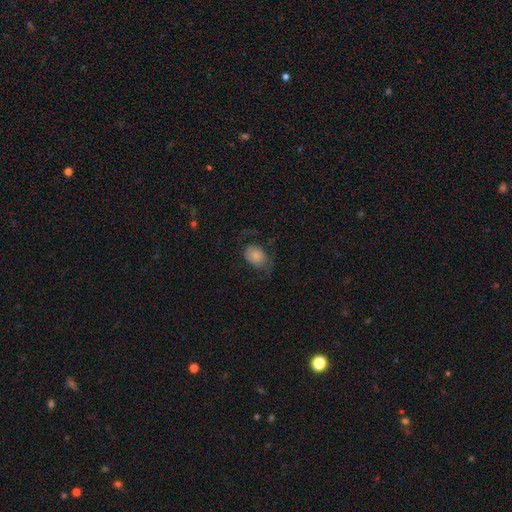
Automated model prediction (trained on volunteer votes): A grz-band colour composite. It shows a smooth galaxy with no disk features (73%) that is in between round and cigar-shaped (67%). Merging: none (51%).